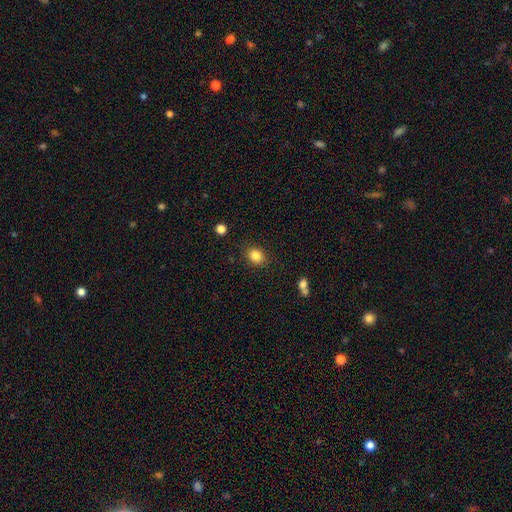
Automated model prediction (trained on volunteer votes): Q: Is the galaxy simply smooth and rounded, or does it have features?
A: smooth — 85%.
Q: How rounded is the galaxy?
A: round — 51%.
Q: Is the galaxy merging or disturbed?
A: none — 85%.